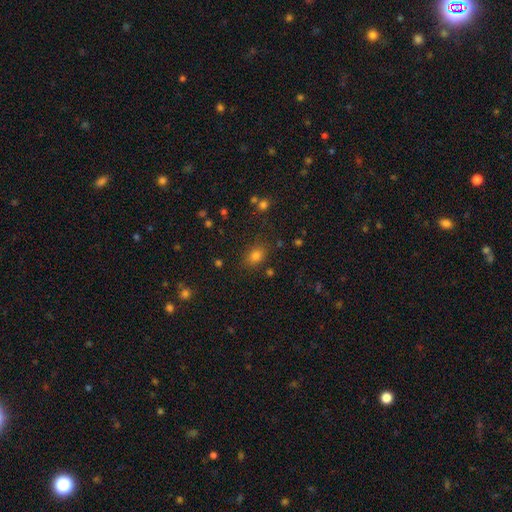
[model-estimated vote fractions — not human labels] This is likely a smooth galaxy (76%). How rounded: likely in between (64%). Merging: likely none (80%).